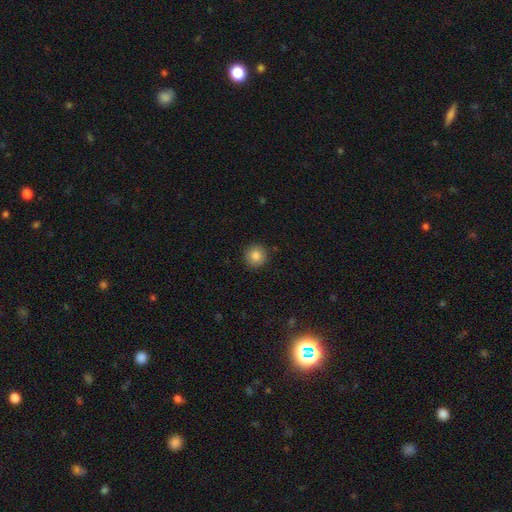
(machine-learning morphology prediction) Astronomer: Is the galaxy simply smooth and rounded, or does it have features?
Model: smooth — 84%.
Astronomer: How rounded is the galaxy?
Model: round — 95%.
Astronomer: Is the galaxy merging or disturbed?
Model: none — 91%.